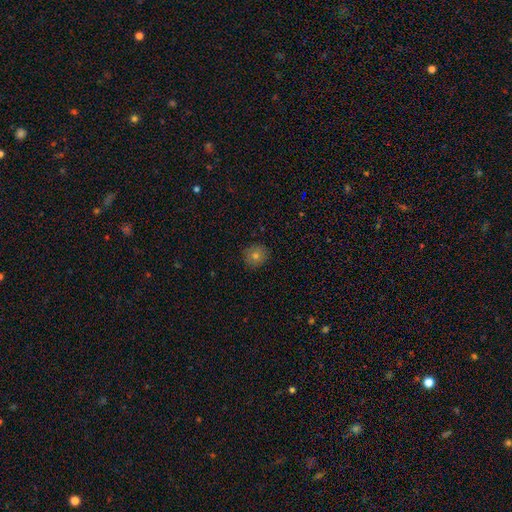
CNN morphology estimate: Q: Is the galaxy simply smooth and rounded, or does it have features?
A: smooth — 75%.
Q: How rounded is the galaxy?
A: round — 89%.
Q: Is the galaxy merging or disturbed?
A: none — 89%.